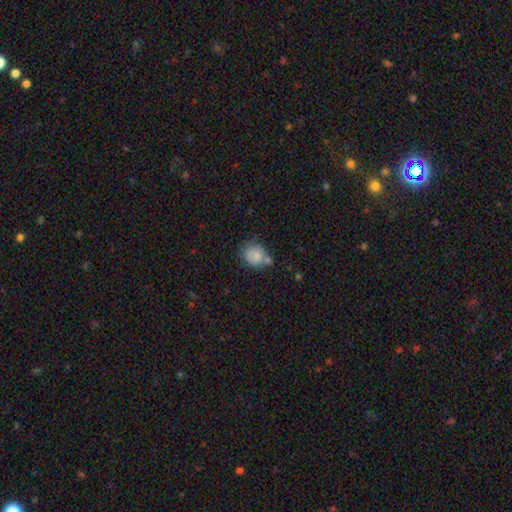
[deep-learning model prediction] smooth_or_featured: smooth (p=0.79) [alt: featured or disk p=0.13]
how_rounded: round (p=0.57) [alt: in between p=0.42]
merging: none (p=0.45) [alt: merger p=0.24]